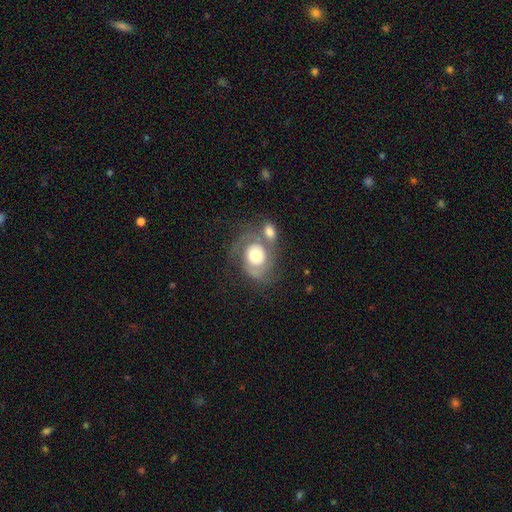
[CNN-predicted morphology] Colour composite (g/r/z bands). It shows a featured or disk galaxy (69%) with no bar (80%), 2 (74%) tight (45%) spiral arms (83%) and a moderate central bulge (50%). Merging: none (38%).